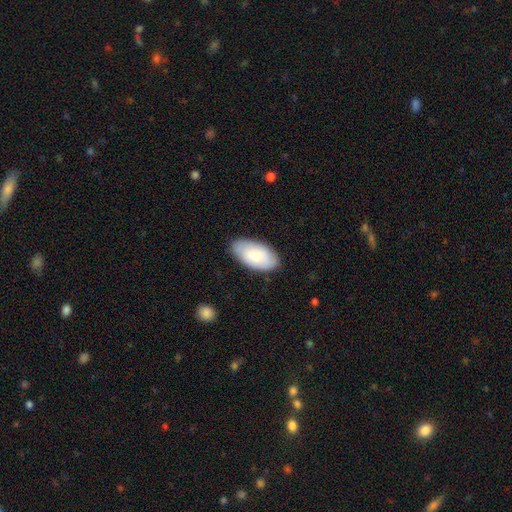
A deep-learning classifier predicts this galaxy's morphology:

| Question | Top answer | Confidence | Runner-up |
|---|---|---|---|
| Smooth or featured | smooth | 77% | featured or disk (17%) |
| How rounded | in between | 96% | round (2%) |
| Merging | none | 81% | minor disturbance (15%) |